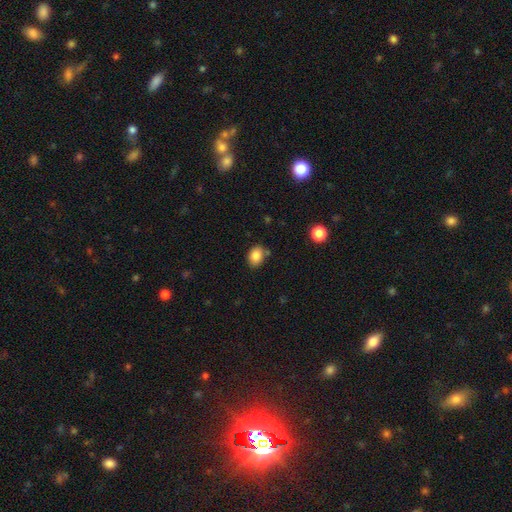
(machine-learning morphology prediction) A smooth galaxy with no disk features (84%) that is in between round and cigar-shaped (65%).

Vote fractions:
- Smooth or featured? smooth: 84% / star or artifact: 9% / featured or disk: 7%
- How rounded? in between: 65% / round: 34% / cigar-shaped: 1%
- Merging? none: 79% / minor disturbance: 13% / merger: 5% / major disturbance: 3%